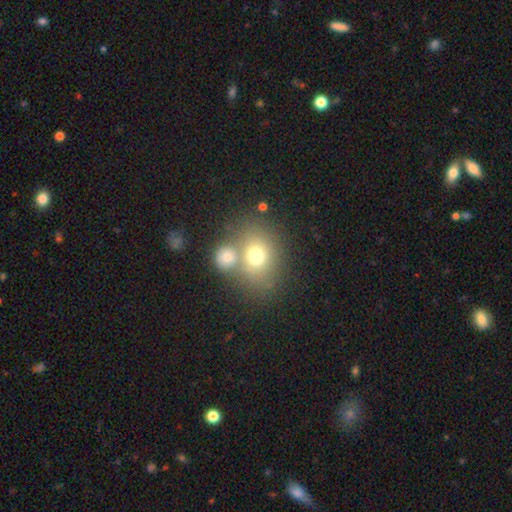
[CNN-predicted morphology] smooth 69%, featured or disk 17%, star or artifact 13%. Down the decision tree: how rounded — round (51%); merging — none (48%).